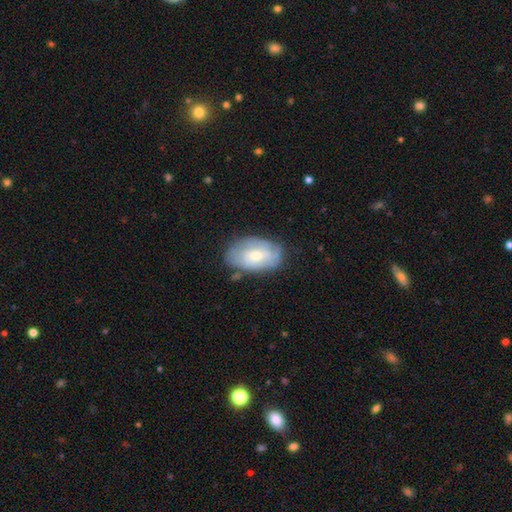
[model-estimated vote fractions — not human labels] This appears to be a featured or disk galaxy (49%). Merging: none (69%).